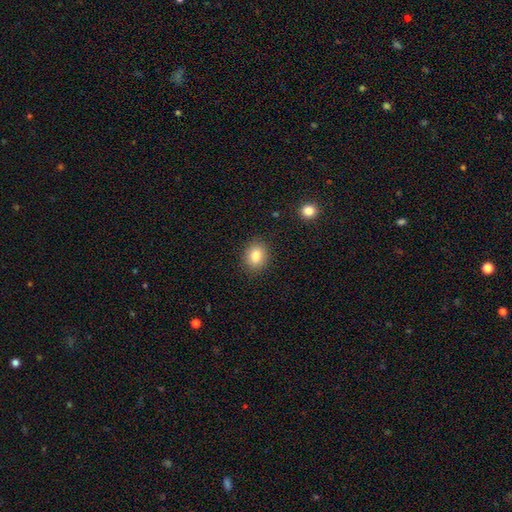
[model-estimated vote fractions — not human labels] Smooth or featured? Predicted: smooth (p=0.83). How rounded? Predicted: round (p=0.54). Merging? Predicted: none (p=0.88).